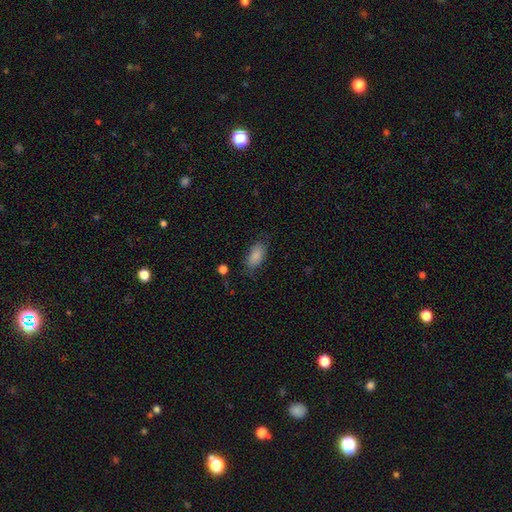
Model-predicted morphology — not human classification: Smooth or featured? smooth (86%)
How rounded? in between (92%)
Merging? none (74%)